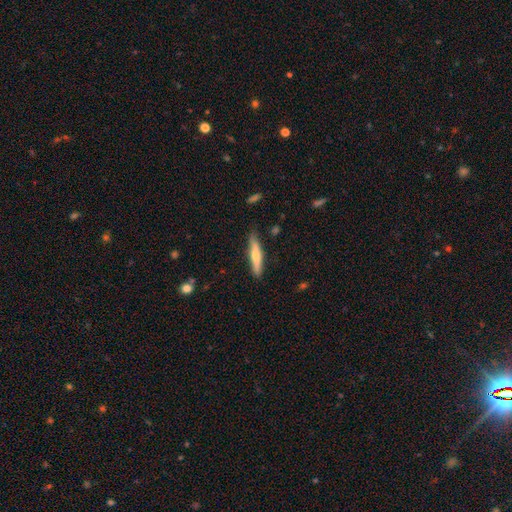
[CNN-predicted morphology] smooth-or-featured: smooth: 56% | featured or disk: 38% | star or artifact: 6%
  how-rounded: cigar-shaped: 89% | in between: 10% | round: 2%
  merging: none: 84% | minor disturbance: 12% | major disturbance: 2% | merger: 2%